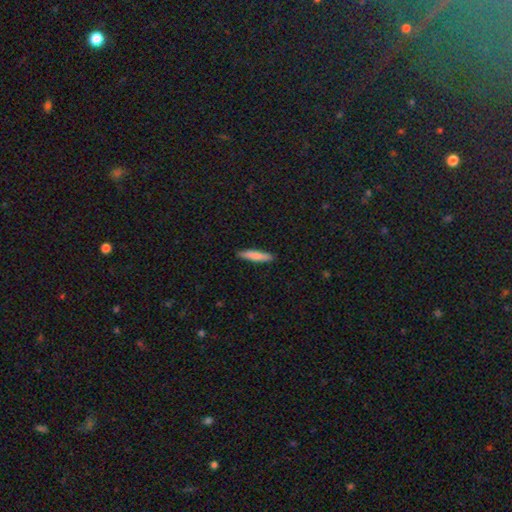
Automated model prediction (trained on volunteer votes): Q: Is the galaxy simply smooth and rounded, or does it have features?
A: smooth — 79%.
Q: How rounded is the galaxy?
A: cigar-shaped — 88%.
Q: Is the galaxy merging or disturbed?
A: none — 90%.